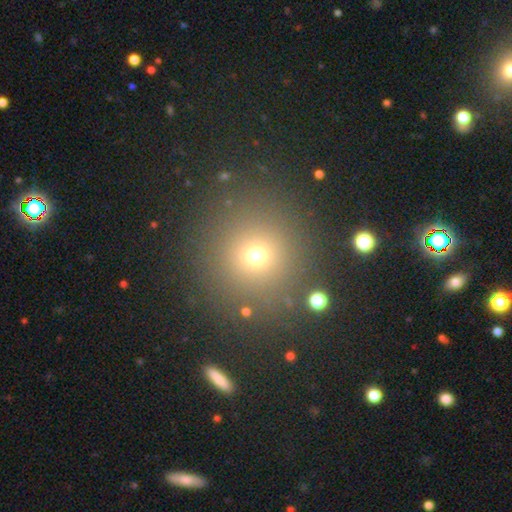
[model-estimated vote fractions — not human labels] Smooth or featured?
  - smooth: 65% *
  - star or artifact: 27%
  - featured or disk: 8%
How rounded?
  - round: 94% *
  - in between: 5%
  - cigar-shaped: 1%
Merging?
  - none: 88% *
  - minor disturbance: 6%
  - major disturbance: 3%
  - merger: 3%